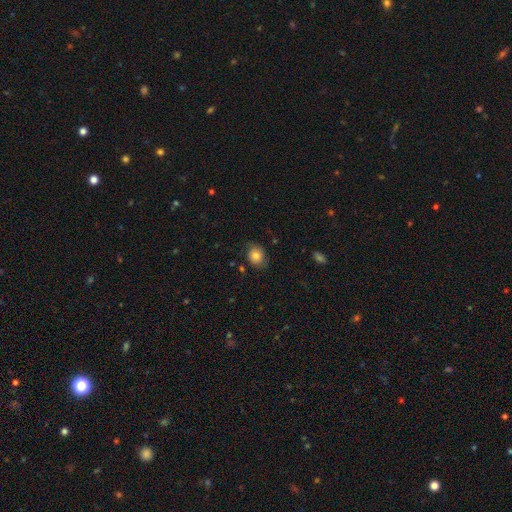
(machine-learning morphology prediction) Q: Smooth or featured?
A: smooth (72%); runner-up: featured or disk (18%)
Q: How rounded?
A: round (63%); runner-up: in between (36%)
Q: Merging?
A: none (73%); runner-up: minor disturbance (19%)